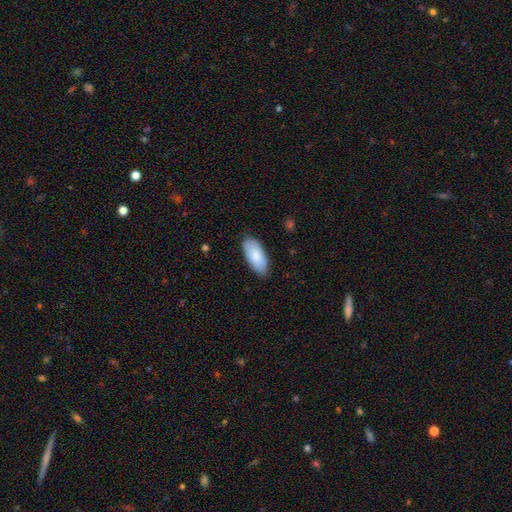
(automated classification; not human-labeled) Smooth or featured? Predicted: smooth (p=0.85). How rounded? Predicted: in between (p=0.88). Merging? Predicted: none (p=0.85).